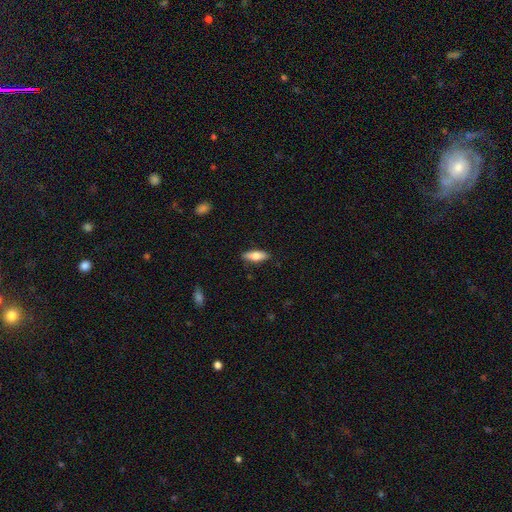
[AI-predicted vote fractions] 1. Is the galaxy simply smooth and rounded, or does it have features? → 75% smooth, 19% featured or disk, 6% star or artifact.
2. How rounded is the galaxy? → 65% in between, 33% cigar-shaped, 2% round.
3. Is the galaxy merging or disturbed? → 86% none, 11% minor disturbance, 2% major disturbance, 1% merger.